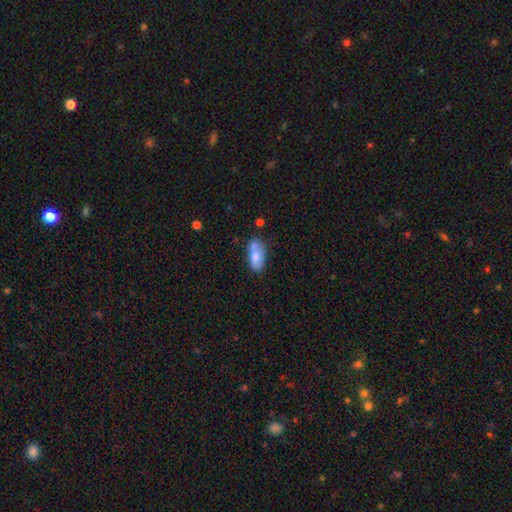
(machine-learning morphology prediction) Smooth or featured: smooth — 74% (featured or disk — 19%)
How rounded: in between — 88% (cigar-shaped — 8%)
Merging: none — 56% (minor disturbance — 23%)